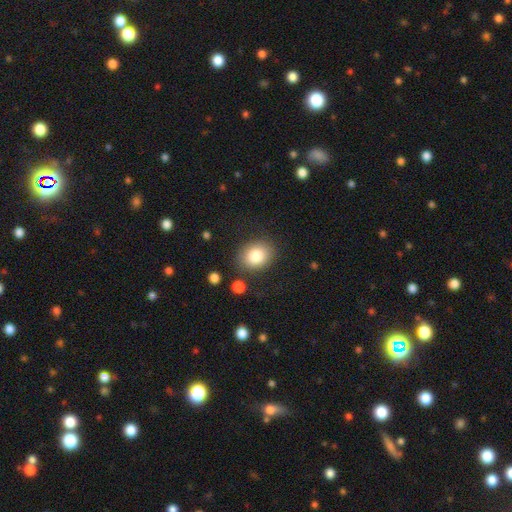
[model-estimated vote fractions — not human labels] A smooth galaxy with no disk features (83%) that is in between round and cigar-shaped (52%).

Vote fractions:
- Smooth or featured? smooth: 83% / star or artifact: 9% / featured or disk: 8%
- How rounded? in between: 52% / round: 48% / cigar-shaped: 1%
- Merging? none: 82% / minor disturbance: 11% / major disturbance: 4% / merger: 3%